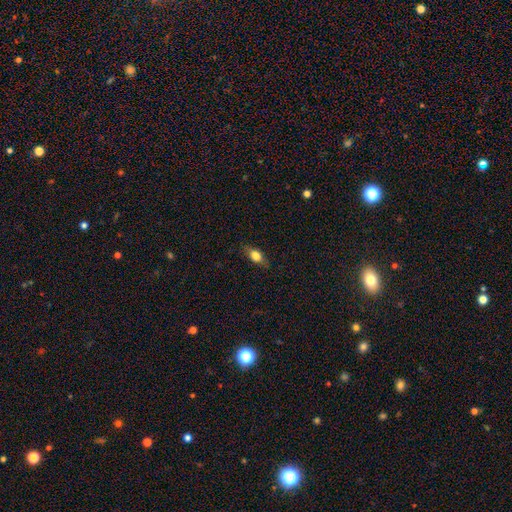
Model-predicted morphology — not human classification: smooth 75%, featured or disk 16%, star or artifact 9%. Down the decision tree: how rounded — in between (79%); merging — none (81%).